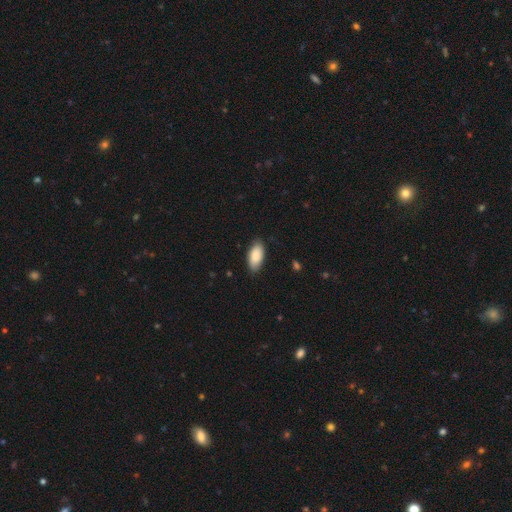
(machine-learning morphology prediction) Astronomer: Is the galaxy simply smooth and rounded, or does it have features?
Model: smooth — 88%.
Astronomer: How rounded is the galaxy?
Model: in between — 92%.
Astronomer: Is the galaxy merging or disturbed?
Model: none — 86%.